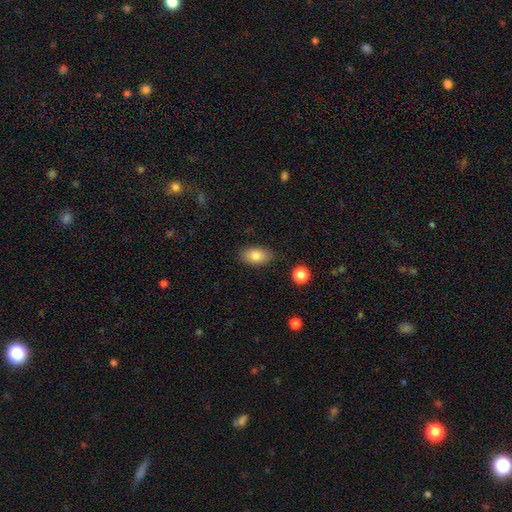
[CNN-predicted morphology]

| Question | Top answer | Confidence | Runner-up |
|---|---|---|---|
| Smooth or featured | smooth | 80% | featured or disk (12%) |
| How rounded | in between | 91% | round (7%) |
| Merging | none | 85% | minor disturbance (11%) |